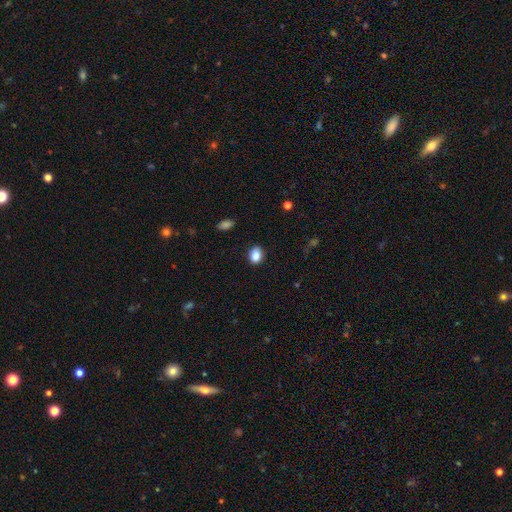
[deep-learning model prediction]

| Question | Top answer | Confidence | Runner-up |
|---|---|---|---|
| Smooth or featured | smooth | 88% | star or artifact (9%) |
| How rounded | in between | 64% | round (35%) |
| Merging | none | 87% | minor disturbance (9%) |